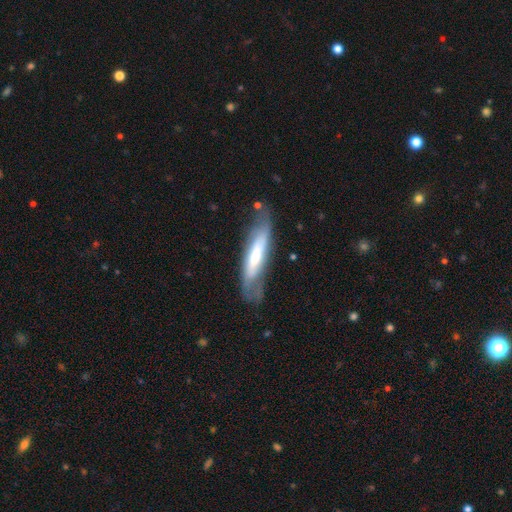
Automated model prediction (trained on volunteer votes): smooth-or-featured: featured or disk: 50% | smooth: 45% | star or artifact: 6%
  merging: none: 60% | minor disturbance: 24% | major disturbance: 13% | merger: 3%